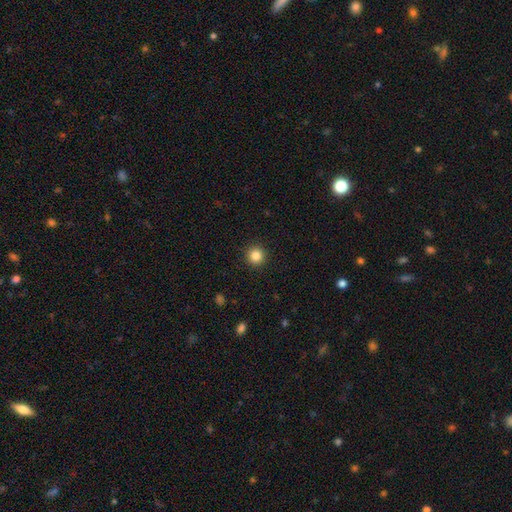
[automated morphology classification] This is clearly a smooth galaxy (84%). How rounded: clearly round (95%). Merging: clearly none (93%).